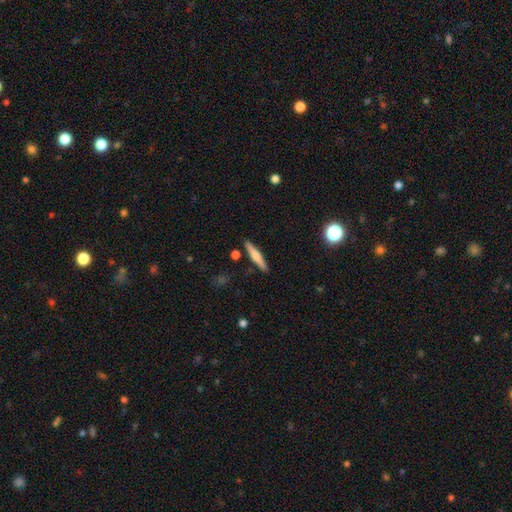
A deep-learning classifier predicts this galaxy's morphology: This appears to be a smooth galaxy with no disk features (49%). Merging: none (89%).